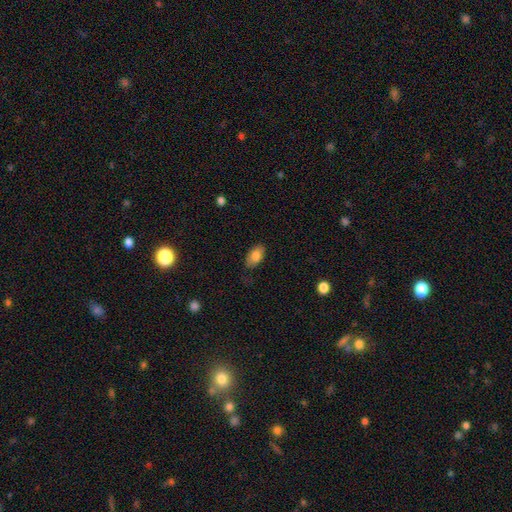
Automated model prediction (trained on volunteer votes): Smooth or featured? Predicted: smooth (p=0.83). How rounded? Predicted: in between (p=0.93). Merging? Predicted: none (p=0.77).